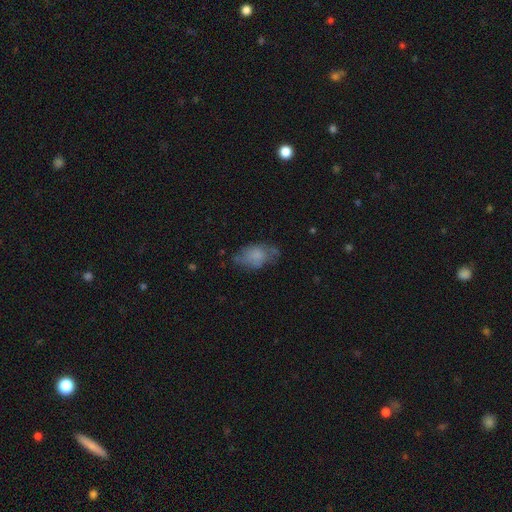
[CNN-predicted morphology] The model was most divided on "merging": none: 53%, minor disturbance: 29%, major disturbance: 14%, merger: 3%. More confident: how rounded — in between (88%); smooth or featured — smooth (66%).